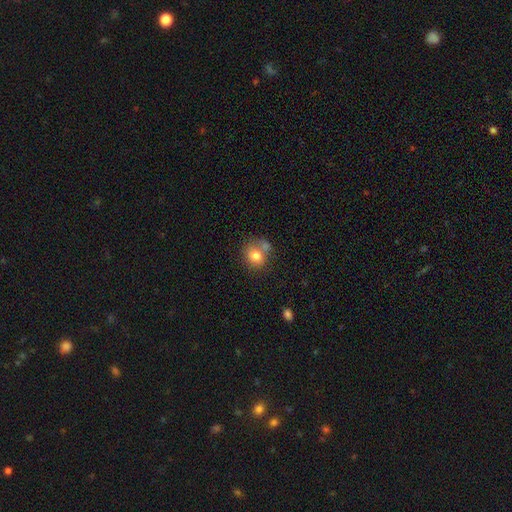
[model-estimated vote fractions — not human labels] The model was most divided on "merging": none: 49%, merger: 30%, minor disturbance: 15%, major disturbance: 5%. More confident: smooth or featured — smooth (77%); how rounded — round (75%).